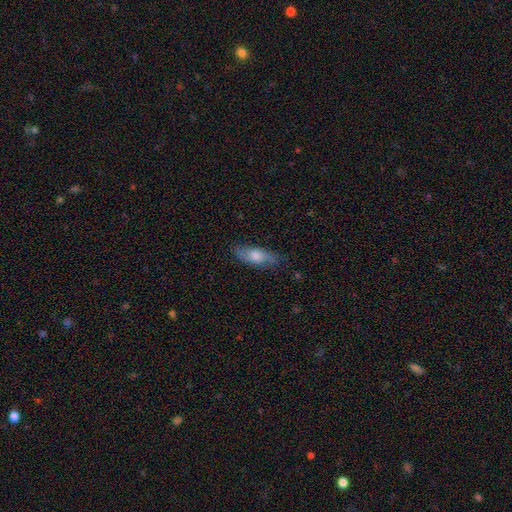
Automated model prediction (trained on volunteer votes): A smooth galaxy with no disk features (62%) that is in between round and cigar-shaped (61%).

Vote fractions:
- Smooth or featured? smooth: 62% / featured or disk: 31% / star or artifact: 7%
- How rounded? in between: 61% / cigar-shaped: 36% / round: 3%
- Merging? none: 78% / minor disturbance: 17% / major disturbance: 4% / merger: 1%